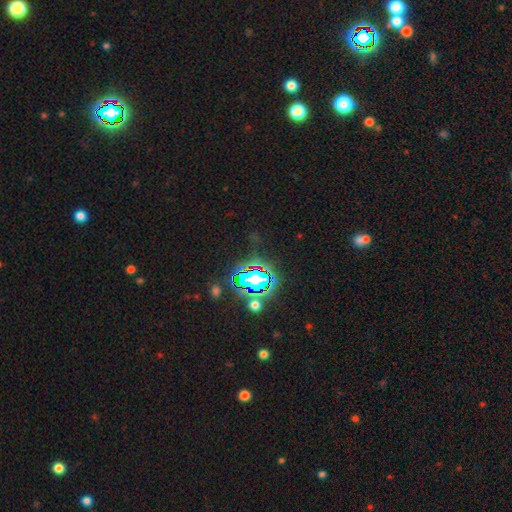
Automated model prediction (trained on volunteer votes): star or artifact 80%, smooth 12%, featured or disk 7%.